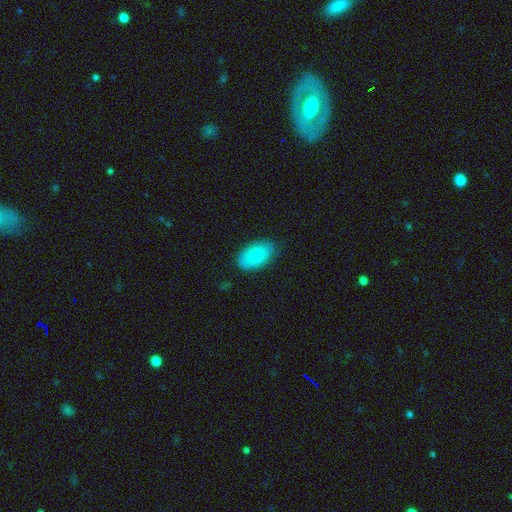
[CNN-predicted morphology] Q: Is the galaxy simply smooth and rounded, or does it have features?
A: smooth — 74%.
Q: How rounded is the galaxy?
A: in between — 92%.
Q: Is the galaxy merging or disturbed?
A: none — 81%.